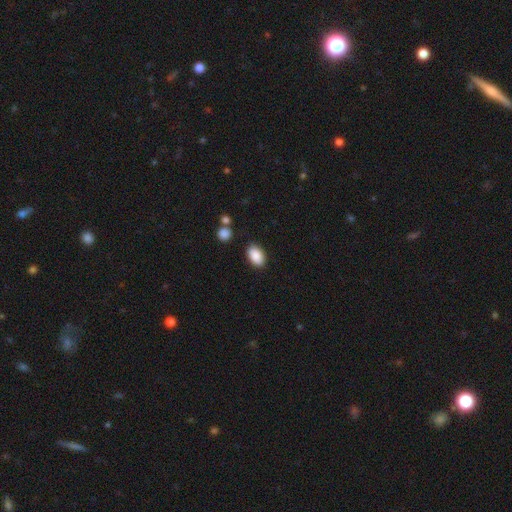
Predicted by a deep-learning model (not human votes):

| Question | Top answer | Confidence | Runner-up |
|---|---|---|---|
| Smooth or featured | smooth | 88% | star or artifact (7%) |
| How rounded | in between | 90% | round (8%) |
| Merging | none | 85% | minor disturbance (10%) |